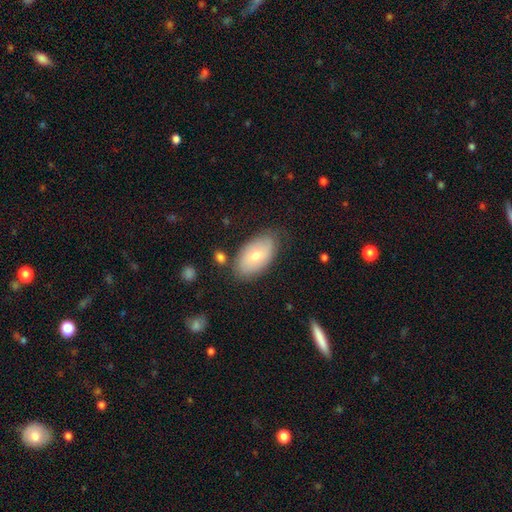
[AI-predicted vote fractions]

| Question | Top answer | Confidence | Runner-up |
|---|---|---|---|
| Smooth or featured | smooth | 66% | featured or disk (28%) |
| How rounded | in between | 94% | round (5%) |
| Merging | none | 74% | minor disturbance (18%) |